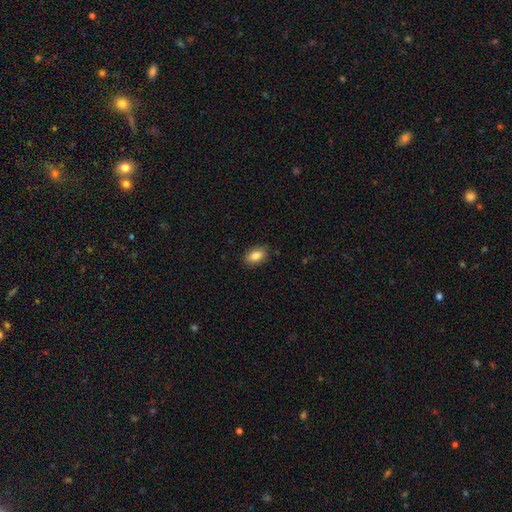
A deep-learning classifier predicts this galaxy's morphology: smooth_or_featured: smooth (p=0.85) [alt: star or artifact p=0.08]
how_rounded: in between (p=0.90) [alt: round p=0.07]
merging: none (p=0.87) [alt: minor disturbance p=0.09]